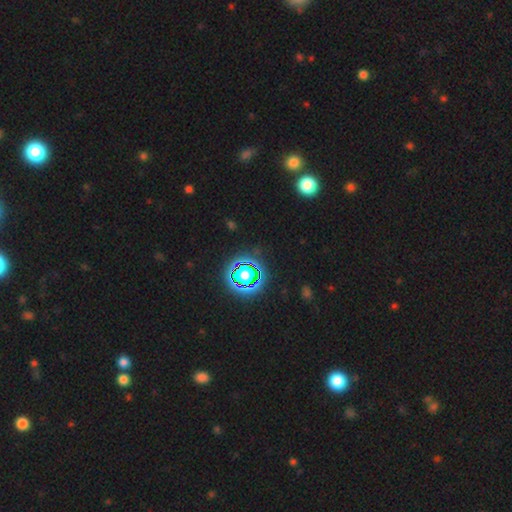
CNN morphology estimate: This is likely a star or artifact rather than a galaxy (79%).